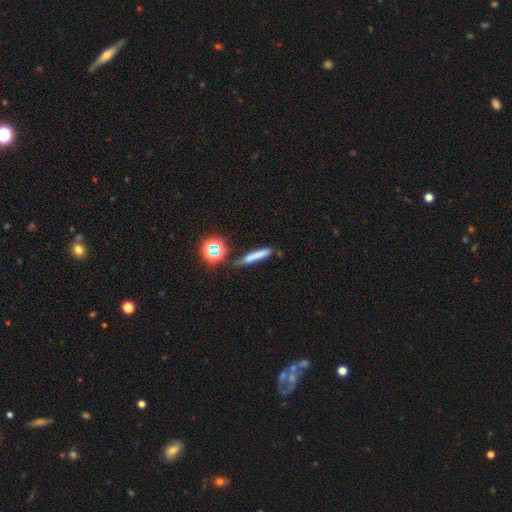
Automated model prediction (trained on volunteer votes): Smooth or featured: smooth — 70% (star or artifact — 15%)
How rounded: cigar-shaped — 88% (in between — 7%)
Merging: none — 72% (minor disturbance — 16%)